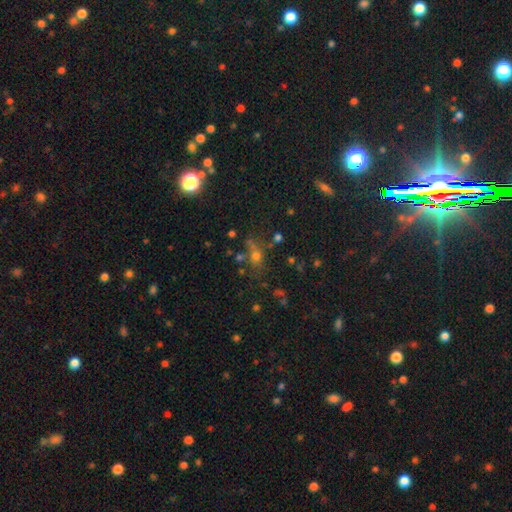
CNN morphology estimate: A smooth galaxy with no disk features (51%) that is round (60%).

Vote fractions:
- Smooth or featured? smooth: 51% / star or artifact: 33% / featured or disk: 15%
- How rounded? round: 60% / in between: 34% / cigar-shaped: 6%
- Merging? none: 61% / minor disturbance: 16% / merger: 15% / major disturbance: 9%